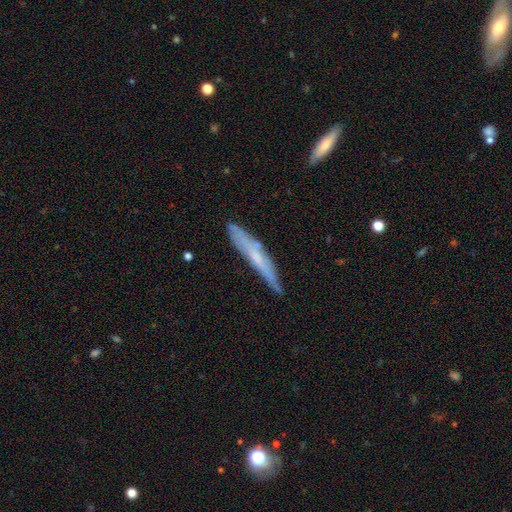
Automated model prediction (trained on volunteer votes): Smooth or featured? Predicted: smooth (p=0.48). Merging? Predicted: none (p=0.70).